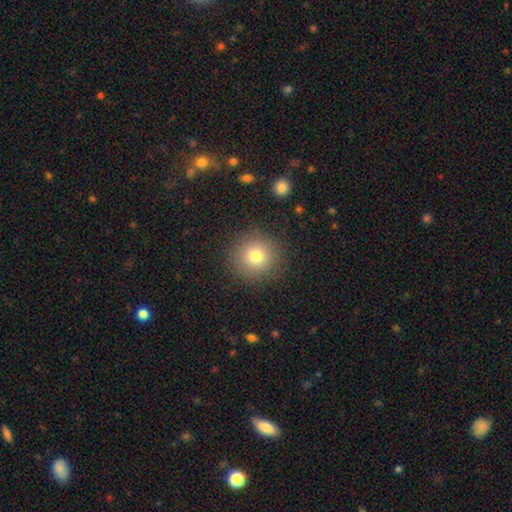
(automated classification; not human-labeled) This is likely a smooth galaxy (76%). How rounded: clearly round (94%). Merging: clearly none (88%).